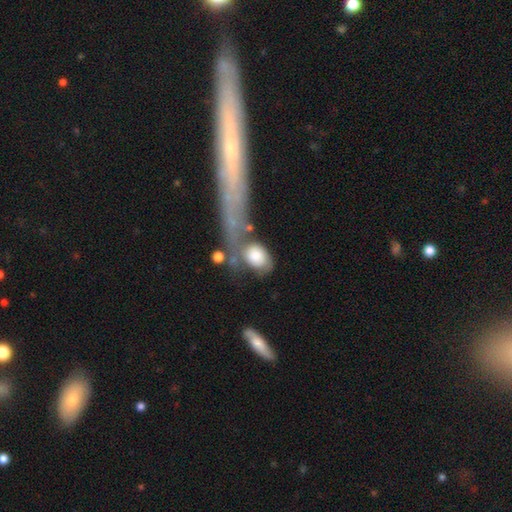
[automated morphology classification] Smooth or featured? Predicted: smooth (p=0.65). How rounded? Predicted: in between (p=0.68). Merging? Predicted: merger (p=0.29).